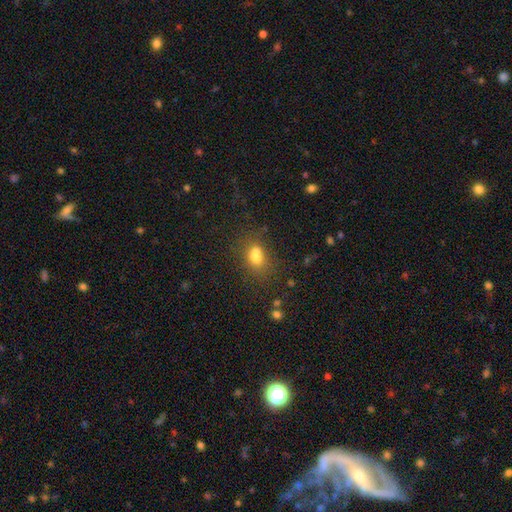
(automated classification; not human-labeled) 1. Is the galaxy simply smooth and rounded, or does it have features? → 69% smooth, 16% featured or disk, 15% star or artifact.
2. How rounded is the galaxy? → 61% in between, 37% round, 3% cigar-shaped.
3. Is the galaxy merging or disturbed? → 42% merger, 38% none, 13% minor disturbance, 7% major disturbance.